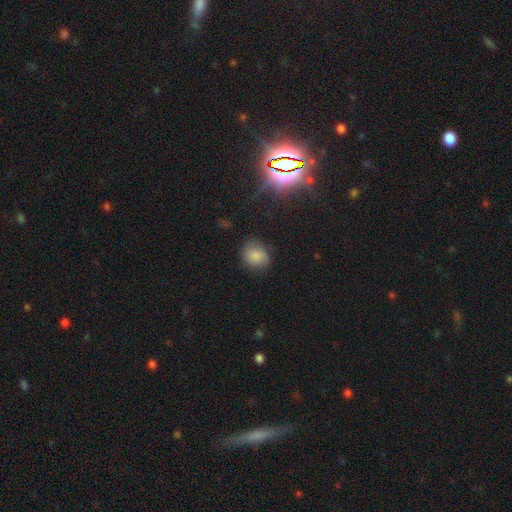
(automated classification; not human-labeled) smooth_or_featured: smooth (p=0.80) [alt: star or artifact p=0.11]
how_rounded: round (p=0.67) [alt: in between p=0.32]
merging: none (p=0.77) [alt: minor disturbance p=0.17]